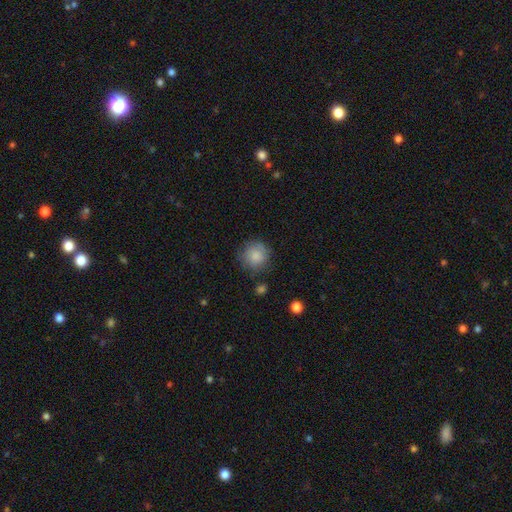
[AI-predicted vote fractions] The model was most divided on "merging": none: 77%, minor disturbance: 15%, major disturbance: 5%, merger: 2%. More confident: how rounded — round (92%); smooth or featured — smooth (85%).